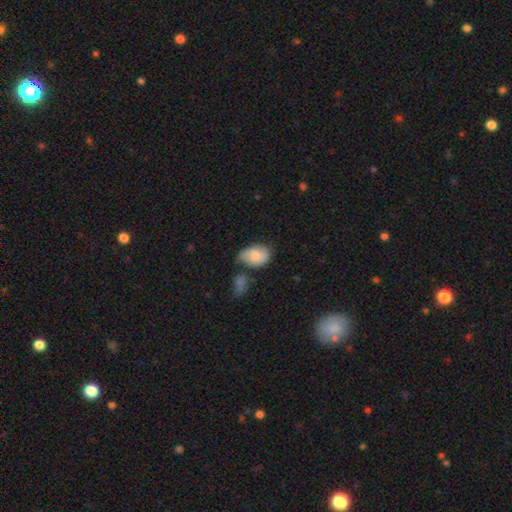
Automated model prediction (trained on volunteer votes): Smooth or featured: smooth — 77% (featured or disk — 17%)
How rounded: in between — 84% (round — 15%)
Merging: none — 44% (minor disturbance — 29%)